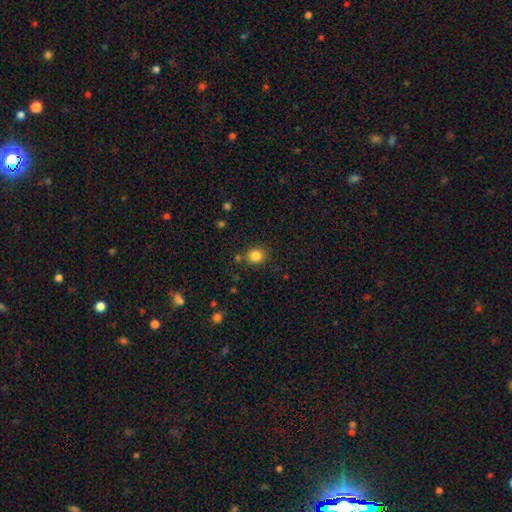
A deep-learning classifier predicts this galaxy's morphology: Q: Smooth or featured?
A: smooth (84%); runner-up: star or artifact (11%)
Q: How rounded?
A: round (82%); runner-up: in between (17%)
Q: Merging?
A: none (81%); runner-up: minor disturbance (10%)